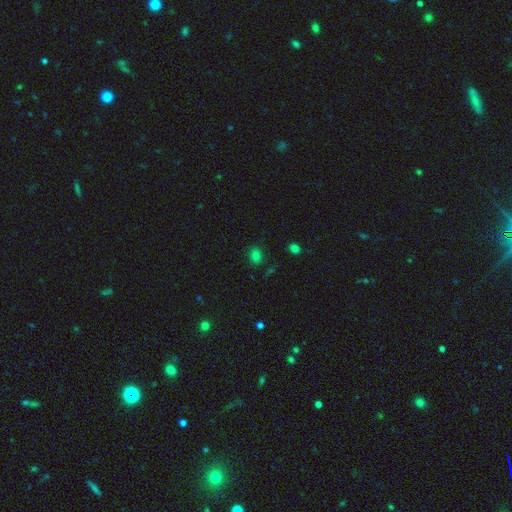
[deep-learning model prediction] Smooth or featured?
  - smooth: 74% *
  - star or artifact: 19%
  - featured or disk: 6%
How rounded?
  - round: 55% *
  - in between: 44%
  - cigar-shaped: 1%
Merging?
  - none: 82% *
  - minor disturbance: 12%
  - major disturbance: 3%
  - merger: 2%